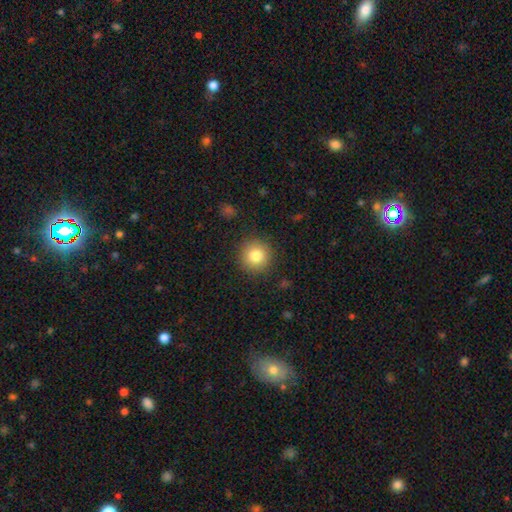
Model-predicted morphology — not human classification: smooth-or-featured: smooth: 82% | star or artifact: 10% | featured or disk: 8%
  how-rounded: round: 95% | in between: 4% | cigar-shaped: 1%
  merging: none: 90% | minor disturbance: 7% | major disturbance: 2% | merger: 1%